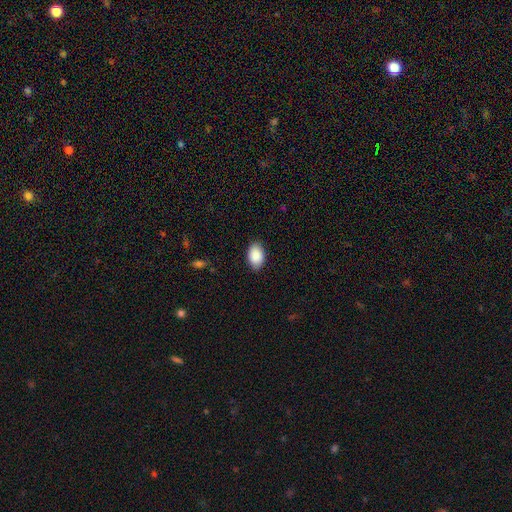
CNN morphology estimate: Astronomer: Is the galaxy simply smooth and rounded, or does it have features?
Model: smooth — 89%.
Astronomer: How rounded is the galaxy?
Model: in between — 91%.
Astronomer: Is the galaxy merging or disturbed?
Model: none — 87%.